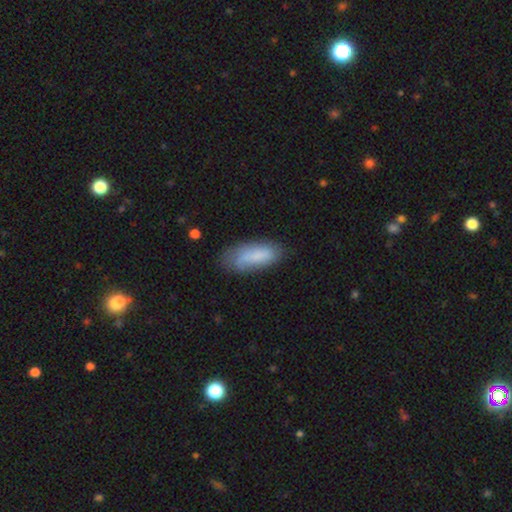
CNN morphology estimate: type=smooth (80%); roundness=in between (77%); merging=none (61%).